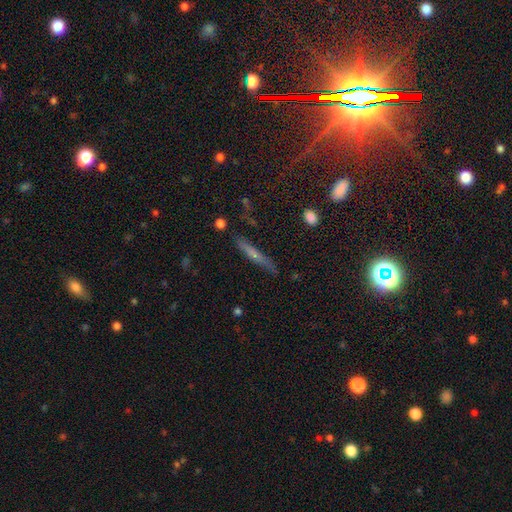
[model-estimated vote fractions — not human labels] Morphology: type=featured or disk (48%); merging=none (82%).